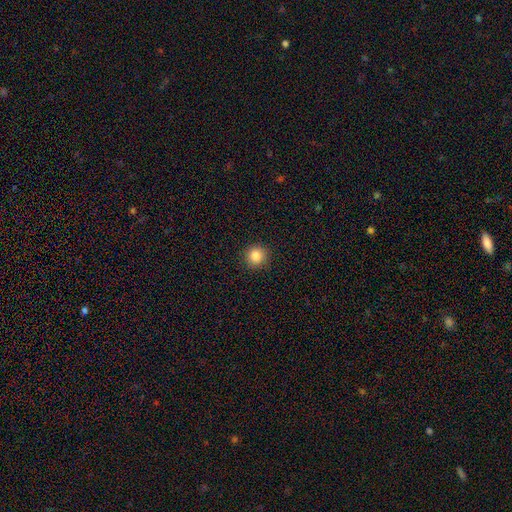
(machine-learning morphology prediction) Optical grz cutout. It shows a smooth galaxy with no disk features (86%) that is round (92%). Merging: none (91%).